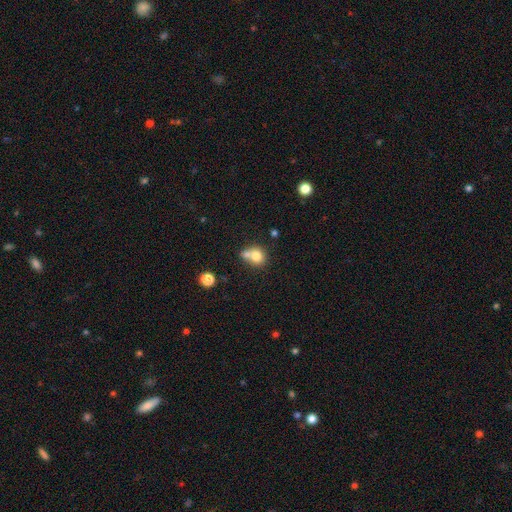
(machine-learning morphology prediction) Overall: smooth (76%). How rounded: round (72%). Merging: merger (48%; none 37%).